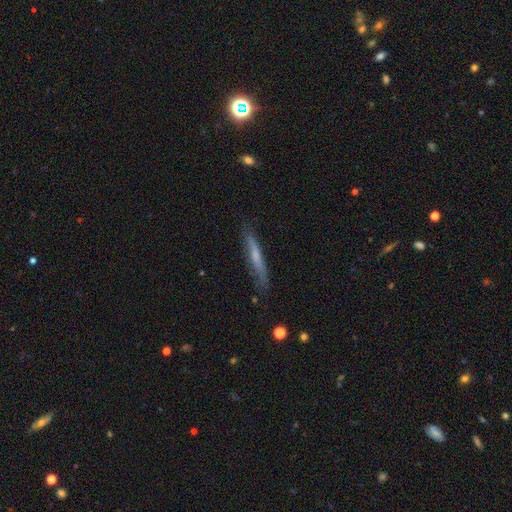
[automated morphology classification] smooth-or-featured: smooth: 47% | featured or disk: 46% | star or artifact: 6%
  merging: none: 78% | minor disturbance: 17% | major disturbance: 3% | merger: 2%